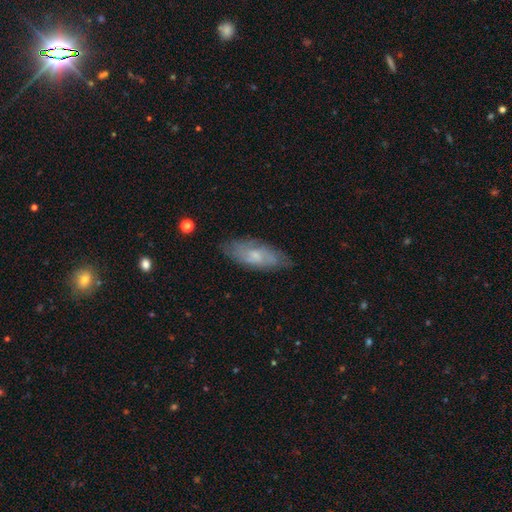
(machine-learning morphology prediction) smooth 48%, featured or disk 46%, star or artifact 7%. Down the decision tree: merging — none (75%).